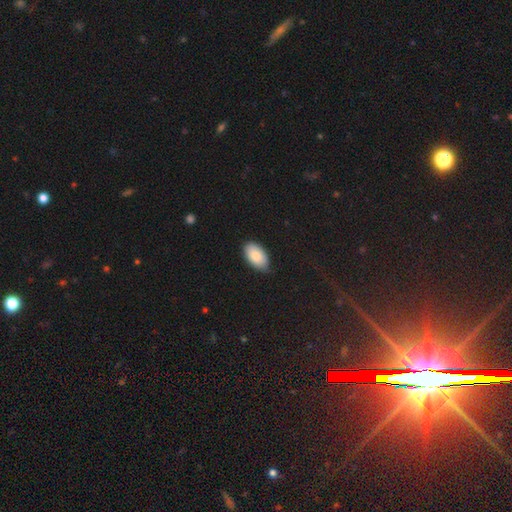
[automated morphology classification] smooth 84%, featured or disk 10%, star or artifact 7%. Down the decision tree: how rounded — in between (95%); merging — none (78%).